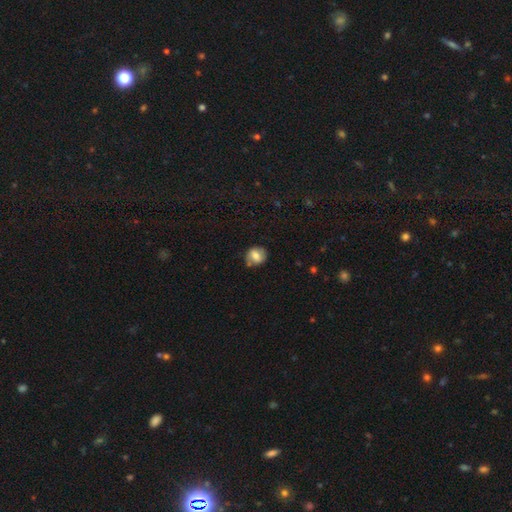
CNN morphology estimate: A smooth galaxy with no disk features (70%) that is round (73%). Merging: none (72%).